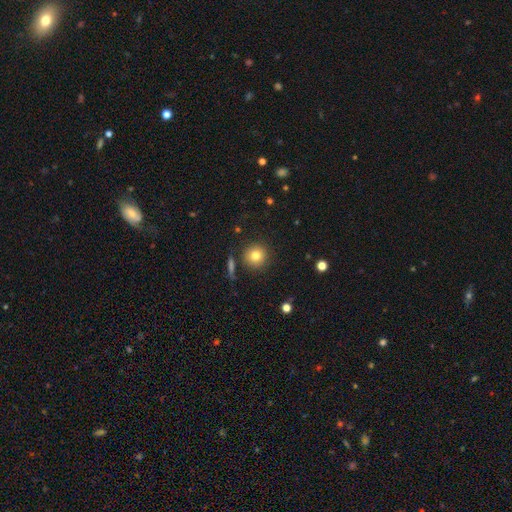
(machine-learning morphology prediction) smooth-or-featured: smooth: 79% | star or artifact: 11% | featured or disk: 10%
  how-rounded: round: 93% | in between: 5% | cigar-shaped: 1%
  merging: none: 87% | minor disturbance: 7% | merger: 4% | major disturbance: 3%